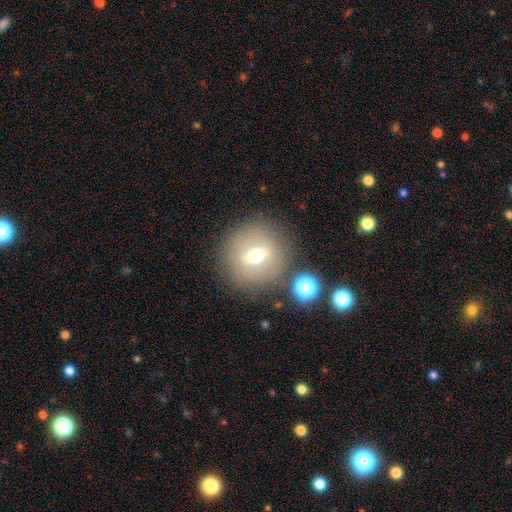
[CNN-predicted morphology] Smooth or featured: smooth — 44% (tied with featured or disk — 44%)
Merging: none — 81% (minor disturbance — 10%)